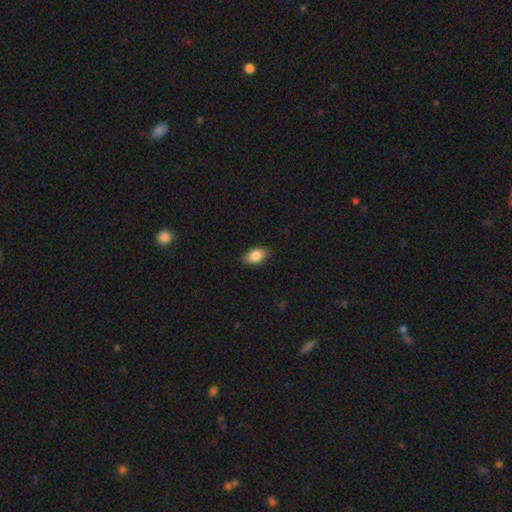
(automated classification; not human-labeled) Smooth or featured: smooth — 84% (featured or disk — 9%)
How rounded: in between — 90% (round — 7%)
Merging: none — 86% (minor disturbance — 11%)